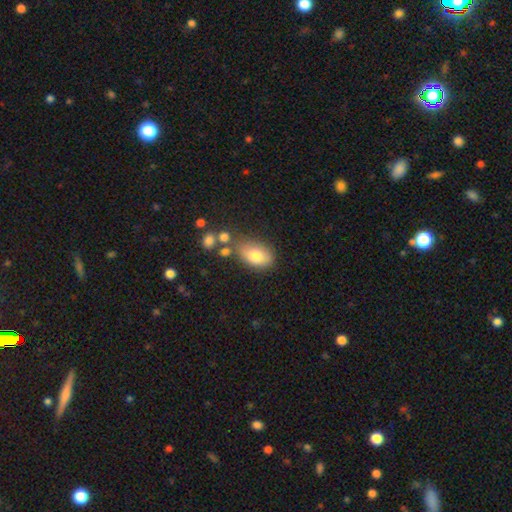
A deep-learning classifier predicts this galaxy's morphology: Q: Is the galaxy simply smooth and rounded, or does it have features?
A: smooth — 78%.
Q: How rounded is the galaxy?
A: in between — 87%.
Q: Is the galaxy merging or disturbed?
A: none — 58%.